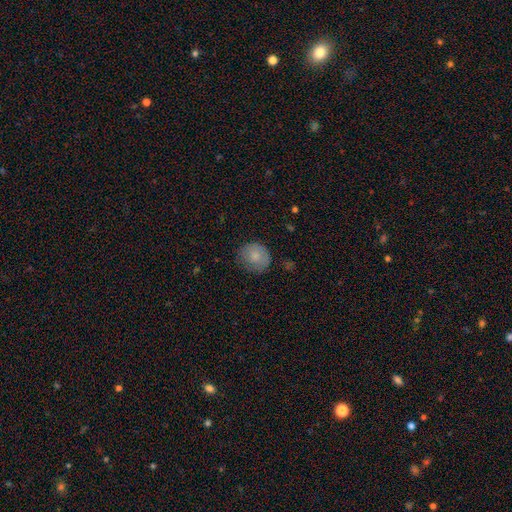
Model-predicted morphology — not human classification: A smooth galaxy with no disk features (78%) that is round (82%).

Vote fractions:
- Smooth or featured? smooth: 78% / featured or disk: 14% / star or artifact: 8%
- How rounded? round: 82% / in between: 17% / cigar-shaped: 1%
- Merging? none: 74% / minor disturbance: 20% / major disturbance: 5% / merger: 1%